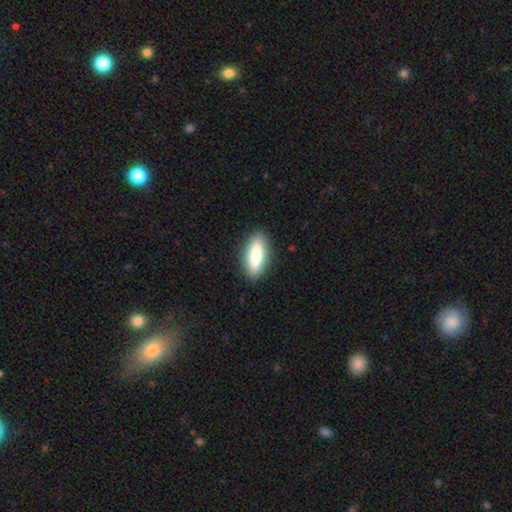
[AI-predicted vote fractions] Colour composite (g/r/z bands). It shows a smooth galaxy with no disk features (76%) that is in between round and cigar-shaped (60%). Merging: none (88%).